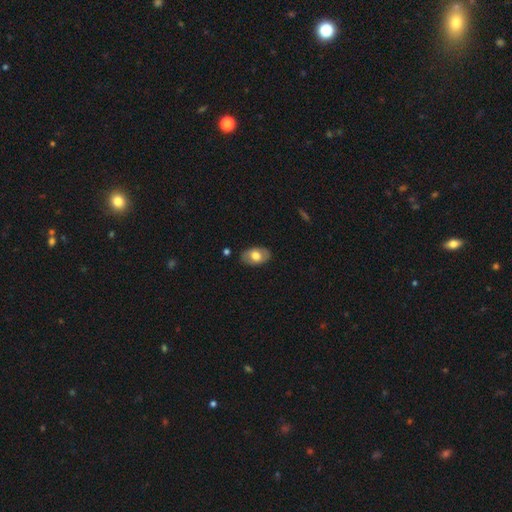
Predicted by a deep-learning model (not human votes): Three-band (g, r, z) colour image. It shows a smooth galaxy with no disk features (63%) that is in between round and cigar-shaped (89%). Merging: none (82%).